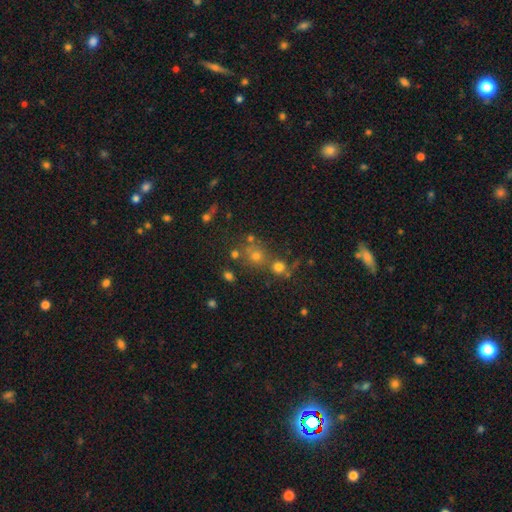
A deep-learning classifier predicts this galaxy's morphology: Smooth or featured?
  - smooth: 60% *
  - star or artifact: 28%
  - featured or disk: 13%
How rounded?
  - round: 85% *
  - in between: 14%
  - cigar-shaped: 1%
Merging?
  - none: 57% *
  - merger: 29%
  - minor disturbance: 9%
  - major disturbance: 4%